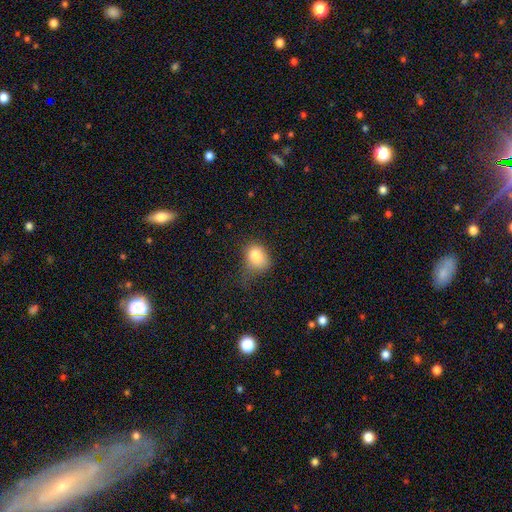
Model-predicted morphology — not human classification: type=smooth (82%); roundness=in between (55%); merging=none (36%, tied with minor disturbance).